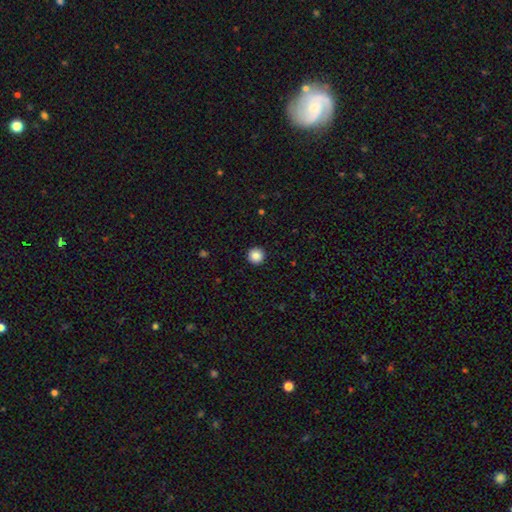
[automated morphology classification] This is clearly a smooth galaxy (87%). How rounded: clearly round (96%). Merging: clearly none (94%).